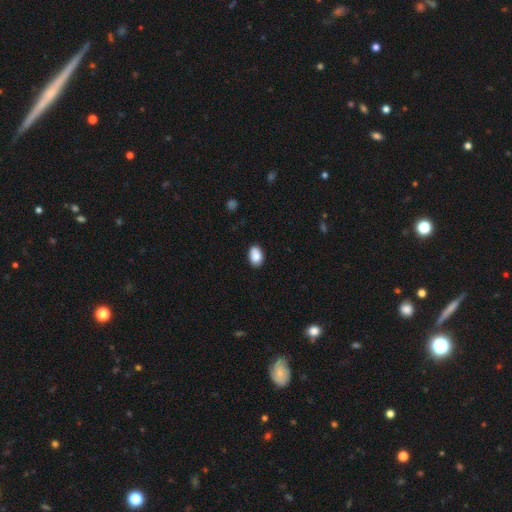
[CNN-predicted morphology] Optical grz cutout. It shows a smooth galaxy with no disk features (88%) that is in between round and cigar-shaped (85%). Merging: none (85%).